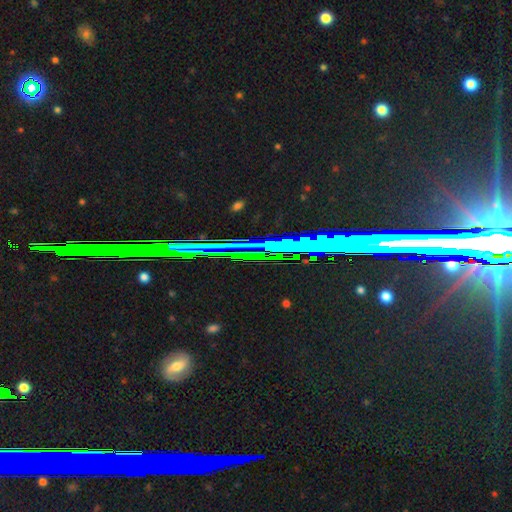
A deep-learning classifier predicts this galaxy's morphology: A star or artifact, not a galaxy (79%).

Vote fractions:
- Smooth or featured? star or artifact: 79% / featured or disk: 13% / smooth: 8%